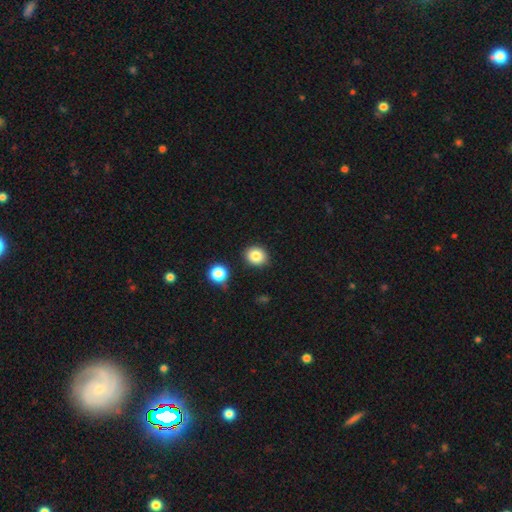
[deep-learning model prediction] smooth-or-featured: smooth: 84% | star or artifact: 10% | featured or disk: 6%
  how-rounded: round: 71% | in between: 28% | cigar-shaped: 1%
  merging: none: 86% | minor disturbance: 9% | merger: 3% | major disturbance: 2%